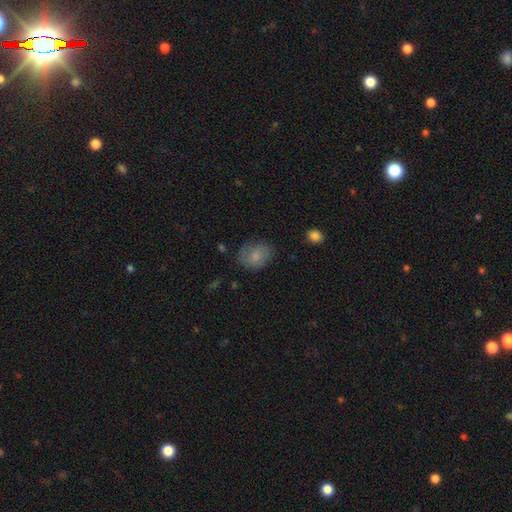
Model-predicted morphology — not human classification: Overall: smooth (77%). How rounded: in between (52%; round 47%). Merging: none (68%).